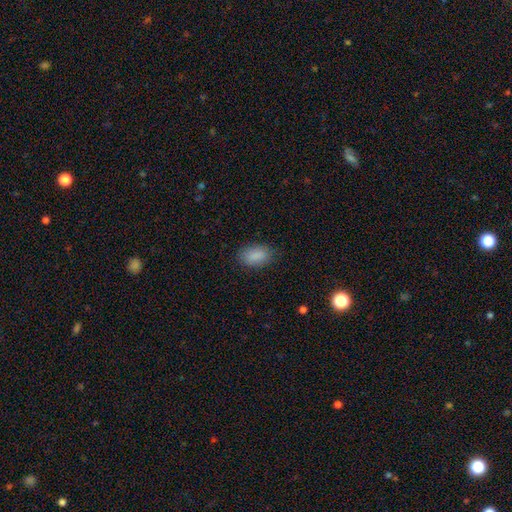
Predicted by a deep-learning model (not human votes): Smooth or featured? smooth (88%)
How rounded? in between (92%)
Merging? none (84%)